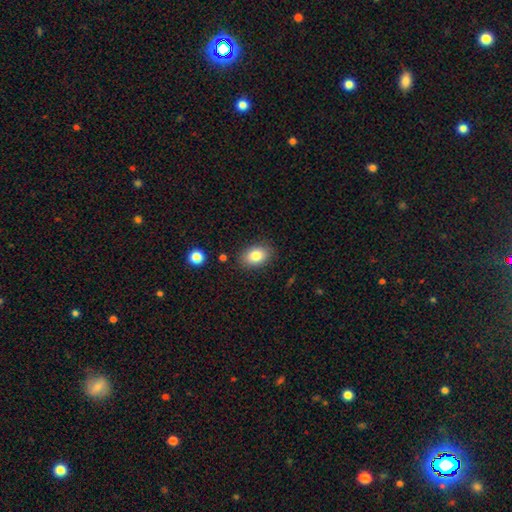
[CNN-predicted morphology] The model was most divided on "how rounded": in between: 78%, round: 21%, cigar-shaped: 1%. More confident: merging — none (85%); smooth or featured — smooth (82%).